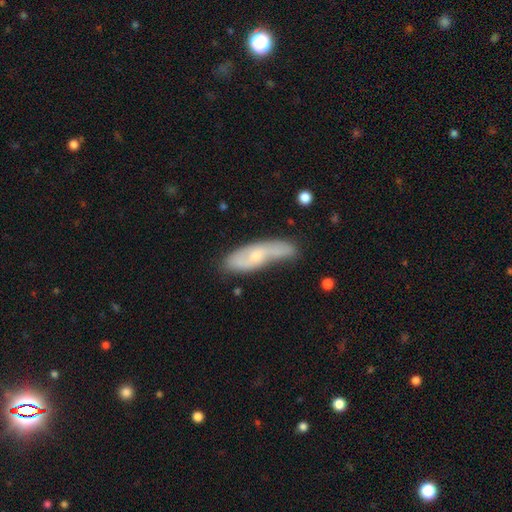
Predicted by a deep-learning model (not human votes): This is possibly a featured or disk galaxy (52%). It is likely not viewed edge-on (76%). Merging: possibly none (54%).